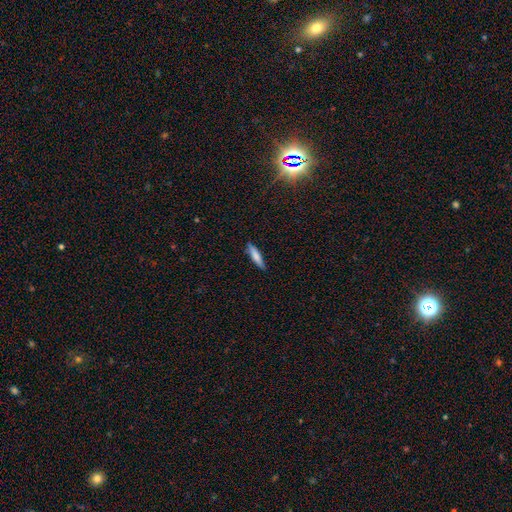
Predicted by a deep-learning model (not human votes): smooth 76%, featured or disk 18%, star or artifact 6%. Down the decision tree: how rounded — cigar-shaped (83%); merging — none (86%).